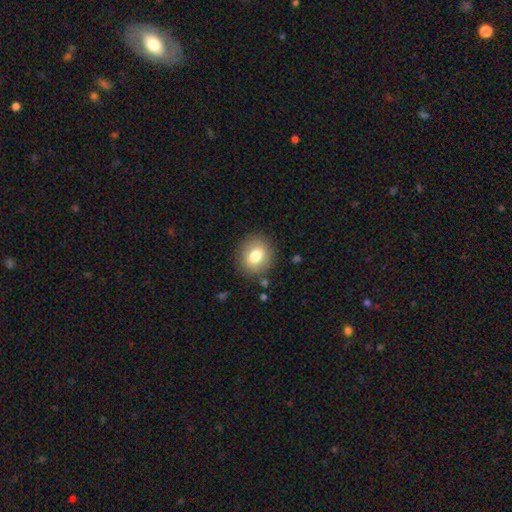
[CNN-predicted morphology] This is likely a smooth galaxy (76%). How rounded: likely round (69%). Merging: clearly none (86%).